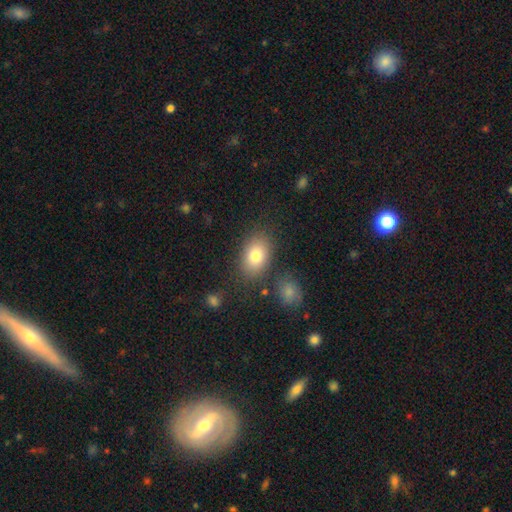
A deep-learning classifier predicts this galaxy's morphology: smooth_or_featured: smooth (p=0.80) [alt: featured or disk p=0.11]
how_rounded: in between (p=0.82) [alt: round p=0.17]
merging: none (p=0.80) [alt: minor disturbance p=0.11]